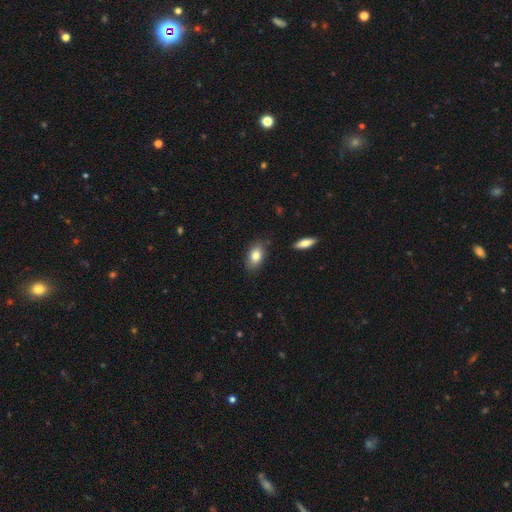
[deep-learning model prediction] A smooth galaxy with no disk features (81%) that is in between round and cigar-shaped (89%). Merging: none (83%).